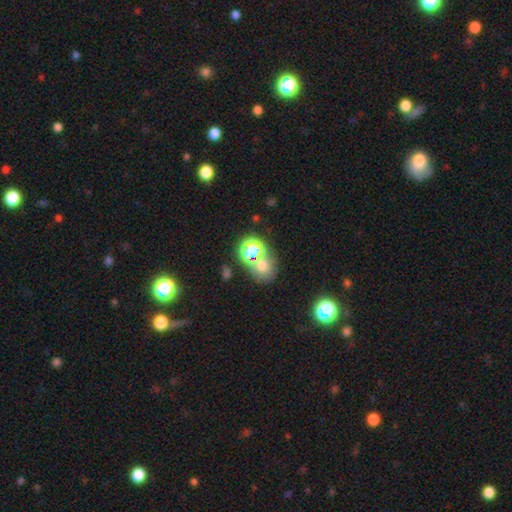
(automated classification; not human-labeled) A smooth galaxy with no disk features (51%) that is round (65%). Merging: none (63%).